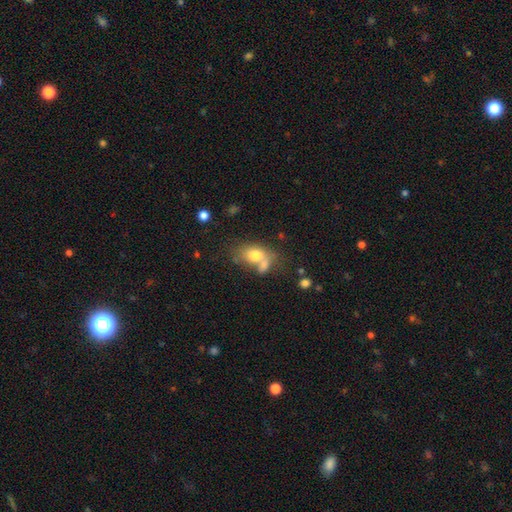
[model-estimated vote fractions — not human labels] Smooth or featured?
  - smooth: 73% *
  - featured or disk: 17%
  - star or artifact: 10%
How rounded?
  - in between: 76% *
  - round: 21%
  - cigar-shaped: 2%
Merging?
  - merger: 43% *
  - none: 33%
  - minor disturbance: 15%
  - major disturbance: 9%